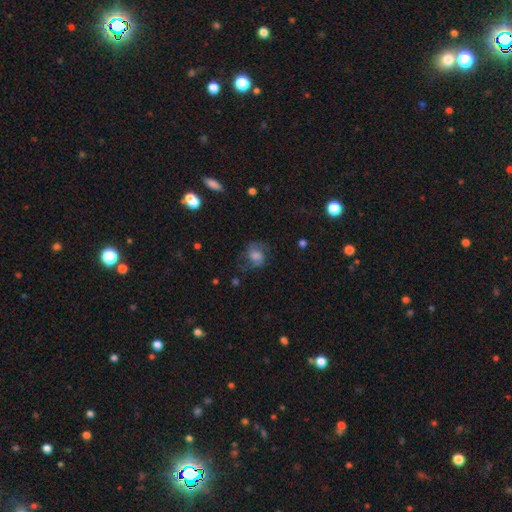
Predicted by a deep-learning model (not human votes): smooth-or-featured: featured or disk: 49% | smooth: 38% | star or artifact: 13%
  merging: none: 62% | minor disturbance: 20% | major disturbance: 16% | merger: 2%